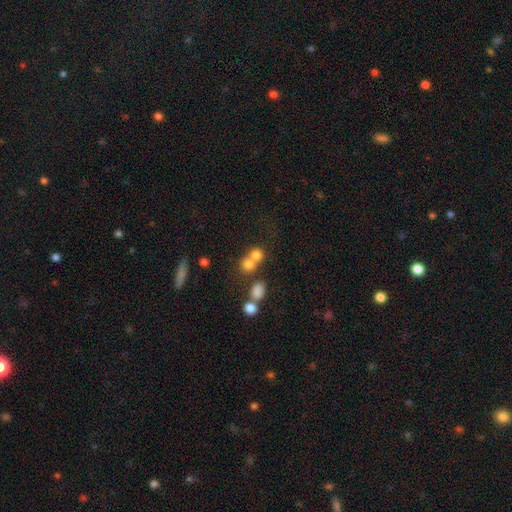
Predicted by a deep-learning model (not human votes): Overall: smooth (74%). How rounded: round (82%). Merging: merger (50%; none 39%).